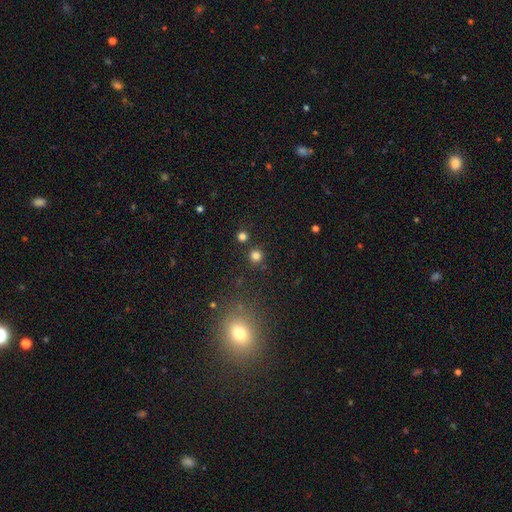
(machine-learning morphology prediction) Smooth or featured?
  - smooth: 78% *
  - star or artifact: 17%
  - featured or disk: 5%
How rounded?
  - round: 94% *
  - in between: 5%
  - cigar-shaped: 1%
Merging?
  - none: 85% *
  - merger: 6%
  - minor disturbance: 6%
  - major disturbance: 2%